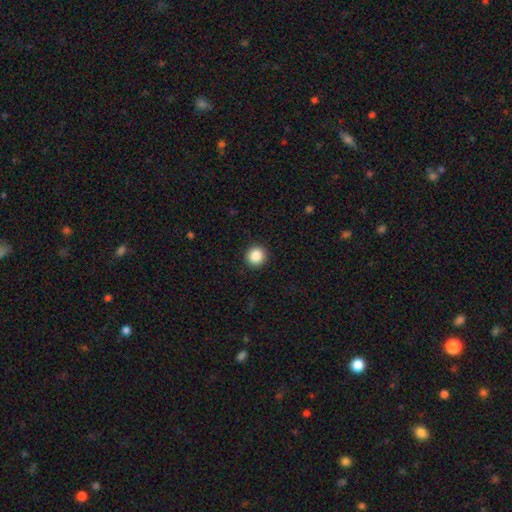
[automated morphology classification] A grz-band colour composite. It shows a smooth galaxy with no disk features (87%) that is round (93%). Merging: none (92%).